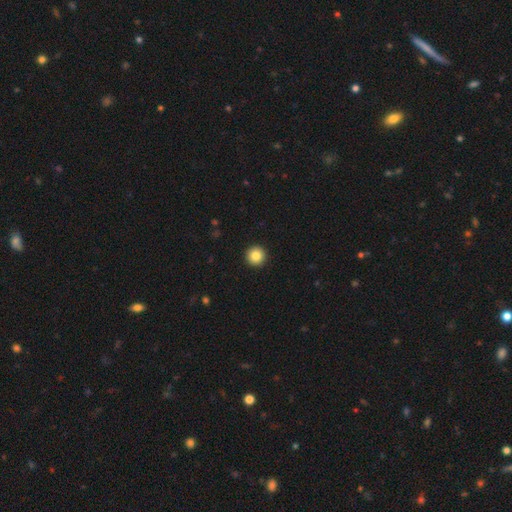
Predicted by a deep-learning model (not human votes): The model was most divided on "smooth or featured": smooth: 85%, star or artifact: 9%, featured or disk: 5%. More confident: how rounded — round (97%); merging — none (94%).